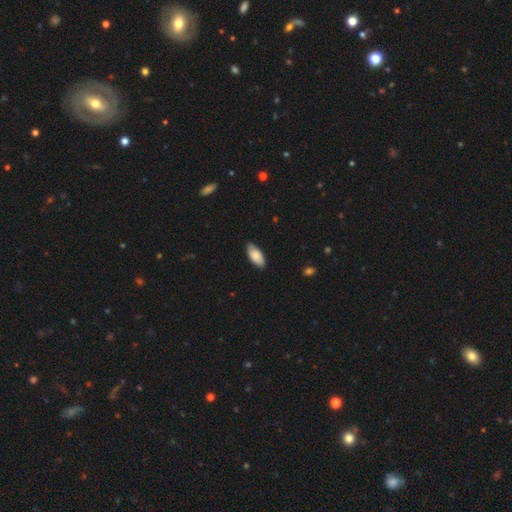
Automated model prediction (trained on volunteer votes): This is clearly a smooth galaxy (82%). How rounded: clearly in between (90%). Merging: clearly none (82%).